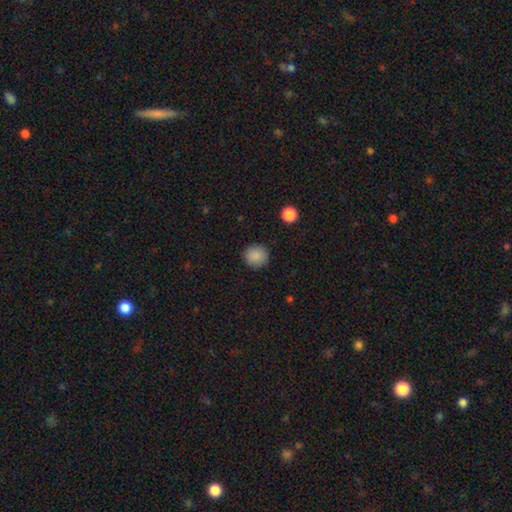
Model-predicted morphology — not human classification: Q: Smooth or featured?
A: smooth (88%); runner-up: star or artifact (9%)
Q: How rounded?
A: round (93%); runner-up: in between (6%)
Q: Merging?
A: none (90%); runner-up: minor disturbance (7%)